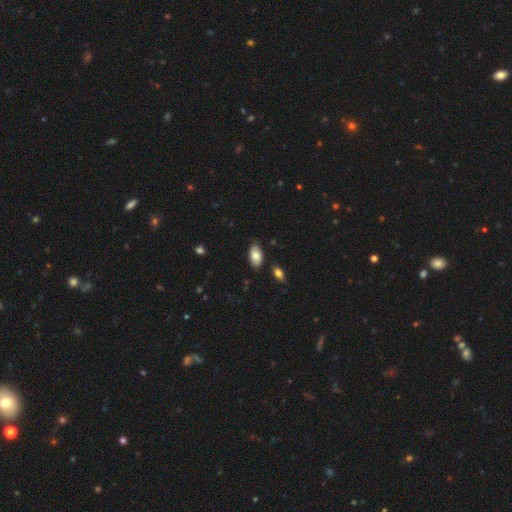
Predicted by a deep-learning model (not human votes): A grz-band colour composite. It shows a smooth galaxy with no disk features (81%) that is in between round and cigar-shaped (95%). Merging: none (82%).